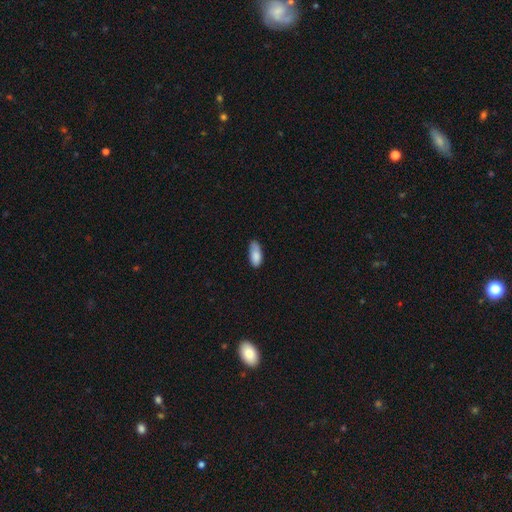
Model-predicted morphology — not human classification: smooth_or_featured: smooth (p=0.86) [alt: featured or disk p=0.07]
how_rounded: in between (p=0.84) [alt: cigar-shaped p=0.14]
merging: none (p=0.60) [alt: minor disturbance p=0.32]